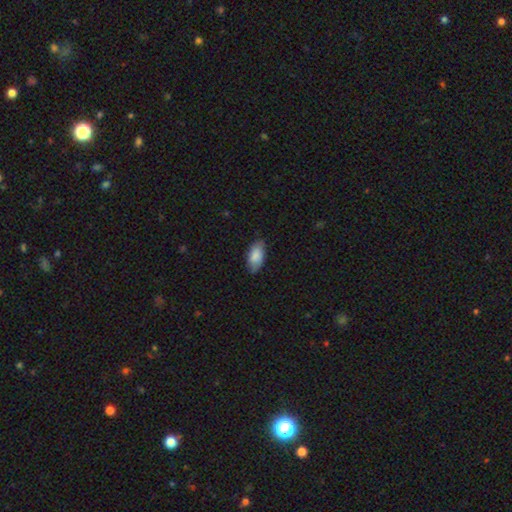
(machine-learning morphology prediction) Smooth or featured: smooth — 83% (featured or disk — 11%)
How rounded: in between — 92% (cigar-shaped — 6%)
Merging: none — 77% (minor disturbance — 19%)